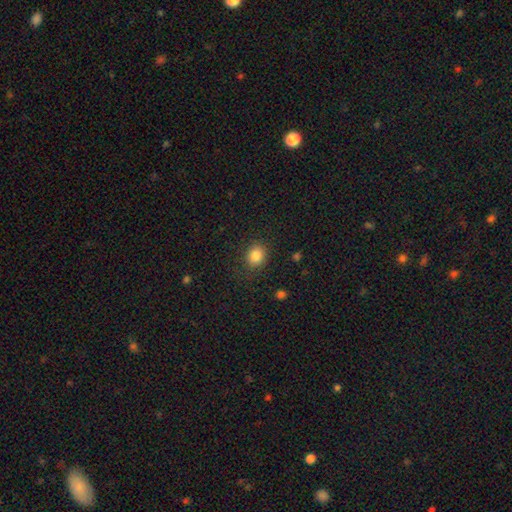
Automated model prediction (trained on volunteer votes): Smooth or featured: smooth — 84% (star or artifact — 10%)
How rounded: round — 67% (in between — 32%)
Merging: none — 84% (minor disturbance — 11%)